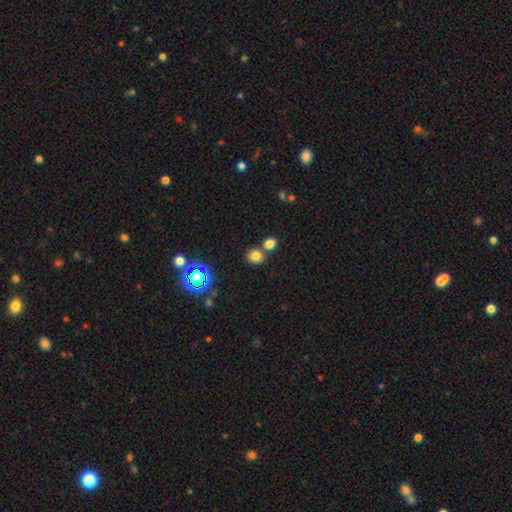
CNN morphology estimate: type=smooth (77%); roundness=round (79%); merging=none (62%).